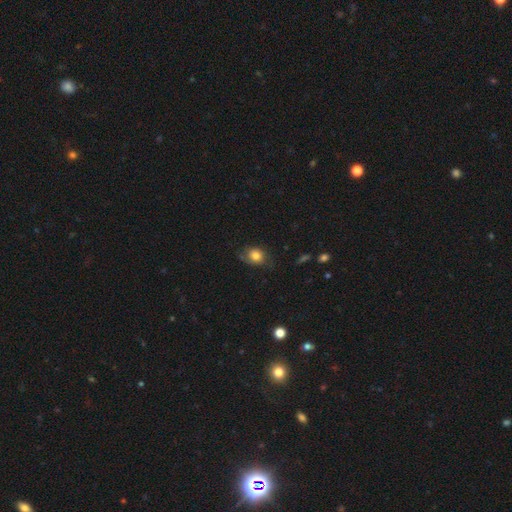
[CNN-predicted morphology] Smooth or featured? smooth (73%)
How rounded? round (56%)
Merging? none (59%)